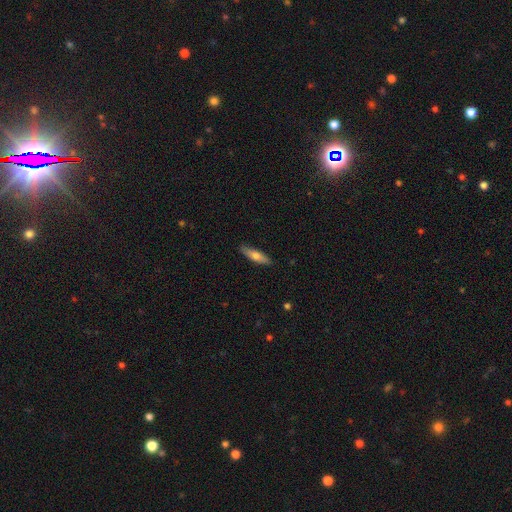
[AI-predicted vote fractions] Morphology: type=smooth (64%); roundness=cigar-shaped (70%); merging=none (87%).